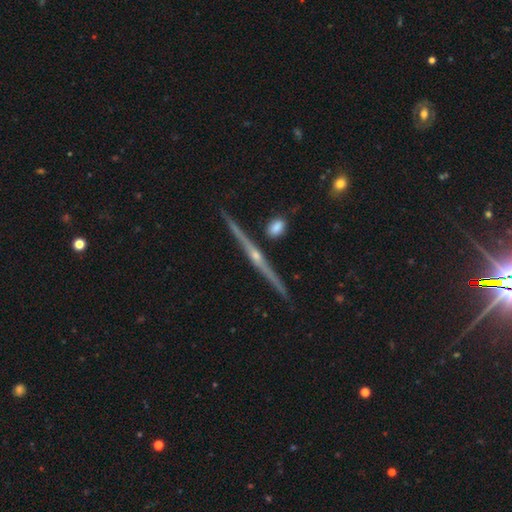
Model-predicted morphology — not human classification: A featured or disk galaxy (87%) viewed edge-on (99%) with a rounded central bulge (84%).

Vote fractions:
- Smooth or featured? featured or disk: 87% / smooth: 8% / star or artifact: 6%
- Edge-on disk? yes: 99% / no: 1%
- Edge-on bulge? rounded: 84% / none: 11% / boxy: 5%
- Merging? none: 90% / minor disturbance: 6% / merger: 3% / major disturbance: 2%